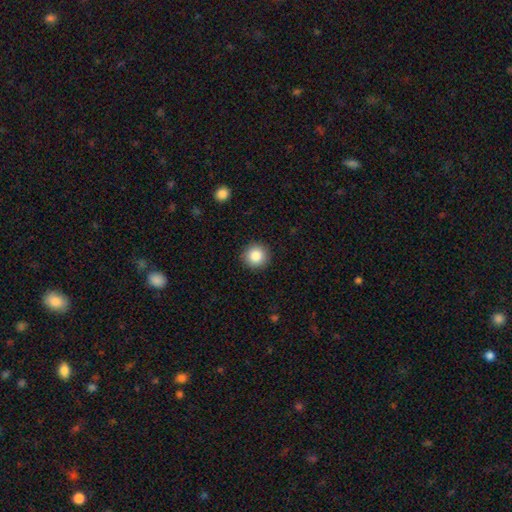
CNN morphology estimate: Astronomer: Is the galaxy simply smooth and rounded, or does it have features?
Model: smooth — 85%.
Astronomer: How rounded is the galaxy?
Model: round — 95%.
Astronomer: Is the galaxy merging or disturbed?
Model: none — 92%.